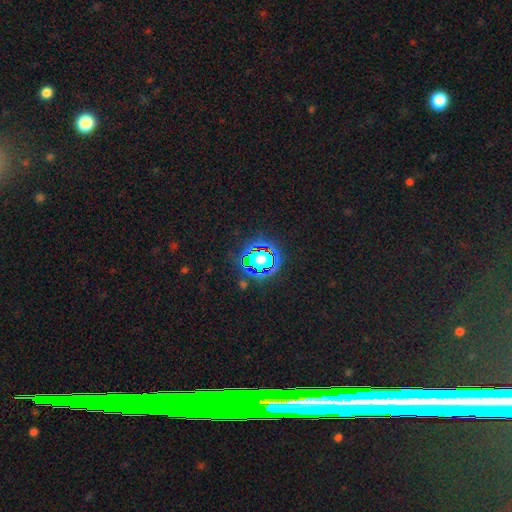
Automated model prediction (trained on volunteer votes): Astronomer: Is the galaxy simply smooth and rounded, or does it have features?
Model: star or artifact — 64%.